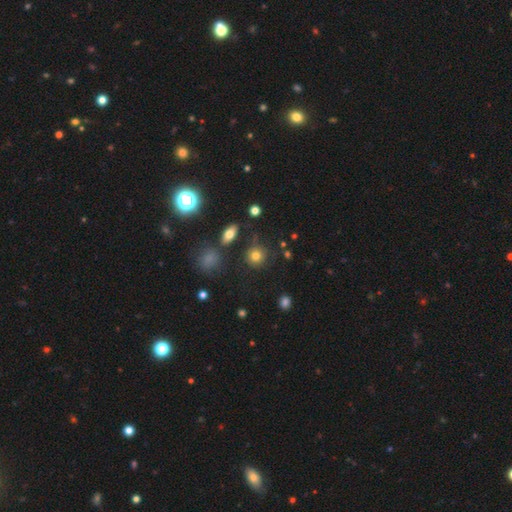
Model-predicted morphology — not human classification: Smooth or featured: smooth — 77% (star or artifact — 13%)
How rounded: round — 86% (in between — 12%)
Merging: none — 77% (minor disturbance — 13%)